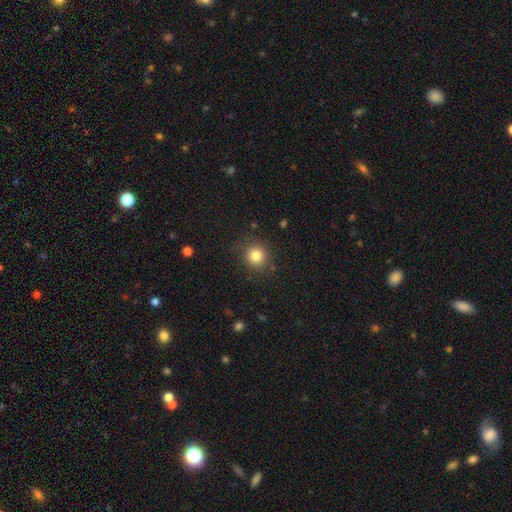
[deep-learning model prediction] A smooth galaxy with no disk features (82%) that is round (91%).

Vote fractions:
- Smooth or featured? smooth: 82% / star or artifact: 12% / featured or disk: 6%
- How rounded? round: 91% / in between: 8% / cigar-shaped: 1%
- Merging? none: 87% / minor disturbance: 8% / major disturbance: 3% / merger: 2%